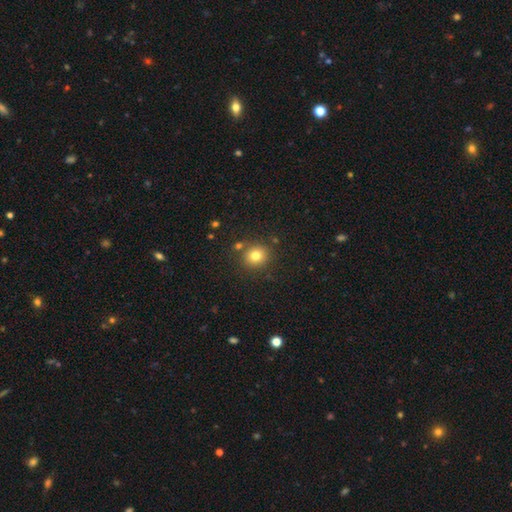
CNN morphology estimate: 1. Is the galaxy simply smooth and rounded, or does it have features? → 78% smooth, 14% star or artifact, 8% featured or disk.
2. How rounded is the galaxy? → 85% round, 15% in between, 1% cigar-shaped.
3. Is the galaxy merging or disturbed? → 81% none, 9% minor disturbance, 7% merger, 3% major disturbance.